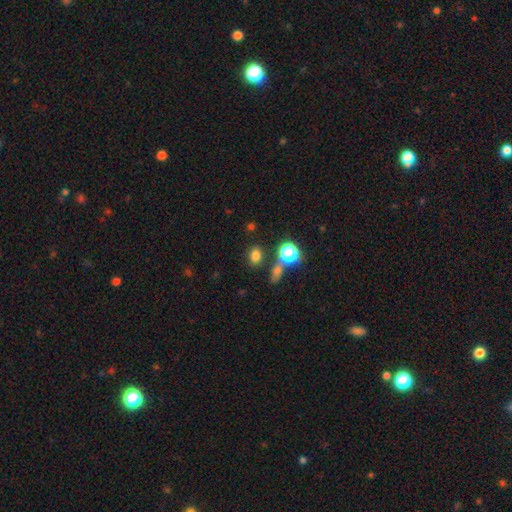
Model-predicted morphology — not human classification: Smooth or featured?
  - smooth: 76% *
  - star or artifact: 18%
  - featured or disk: 7%
How rounded?
  - in between: 69% *
  - round: 29%
  - cigar-shaped: 2%
Merging?
  - none: 74% *
  - merger: 11%
  - minor disturbance: 10%
  - major disturbance: 4%